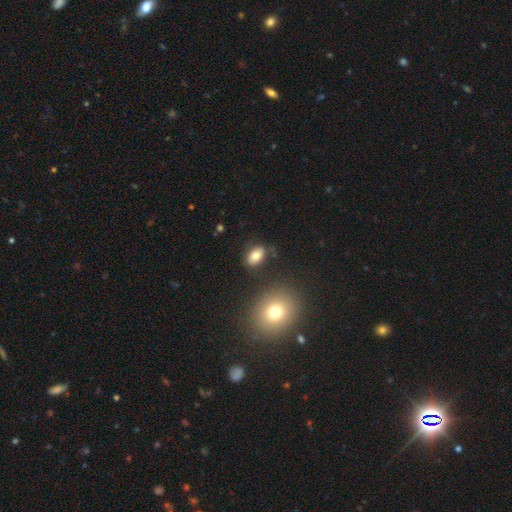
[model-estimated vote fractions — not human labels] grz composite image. It shows a smooth galaxy with no disk features (81%) that is in between round and cigar-shaped (87%). Merging: none (83%).